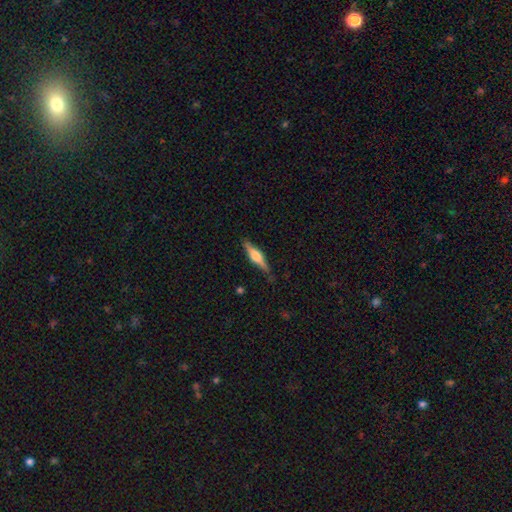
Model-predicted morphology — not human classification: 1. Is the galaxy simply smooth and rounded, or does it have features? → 65% featured or disk, 30% smooth, 6% star or artifact.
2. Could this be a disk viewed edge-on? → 97% yes, 3% no.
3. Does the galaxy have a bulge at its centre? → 87% rounded, 11% boxy, 3% none.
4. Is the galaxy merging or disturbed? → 83% none, 13% minor disturbance, 3% major disturbance, 1% merger.